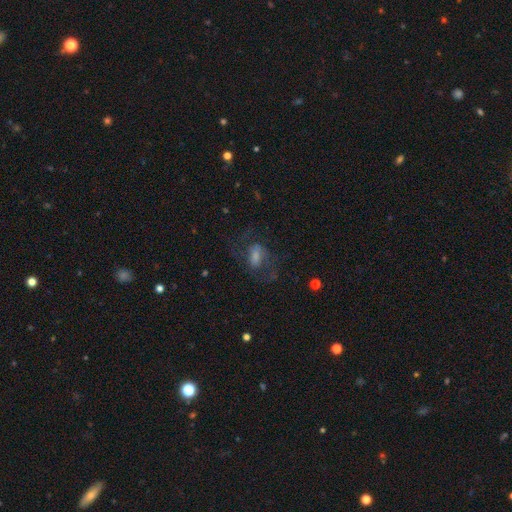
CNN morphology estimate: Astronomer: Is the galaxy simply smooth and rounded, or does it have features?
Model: featured or disk — 52% (runner-up: smooth, 31%).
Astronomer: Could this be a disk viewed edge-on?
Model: no — 94%.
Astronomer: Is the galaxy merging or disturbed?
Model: none — 56%.